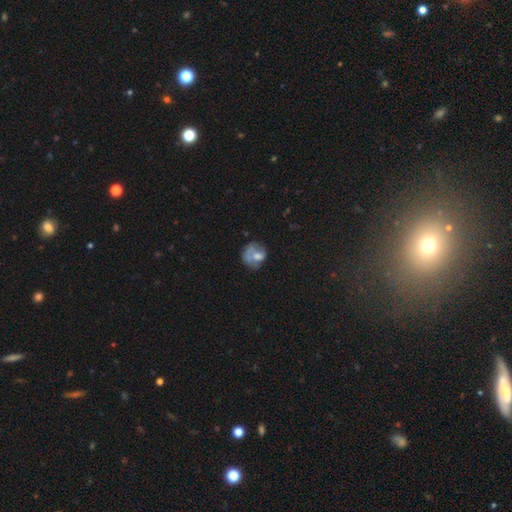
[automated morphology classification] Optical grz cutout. It shows a smooth galaxy with no disk features (51%) that is round (68%). Merging: none (41%).